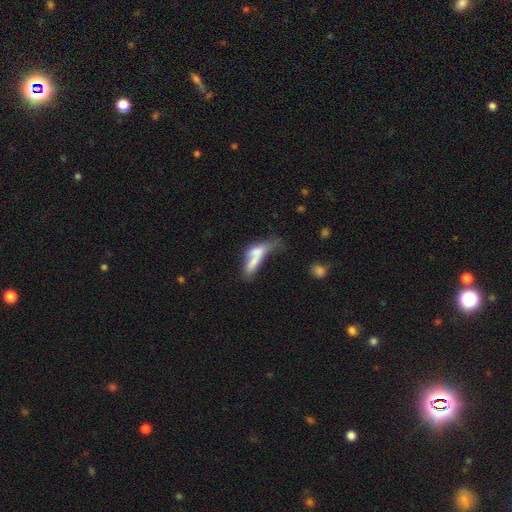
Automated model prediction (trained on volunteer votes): A smooth galaxy with no disk features (61%) that is in between round and cigar-shaped (52%).

Vote fractions:
- Smooth or featured? smooth: 61% / featured or disk: 31% / star or artifact: 9%
- How rounded? in between: 52% / cigar-shaped: 44% / round: 4%
- Merging? merger: 52% / major disturbance: 18% / none: 17% / minor disturbance: 13%